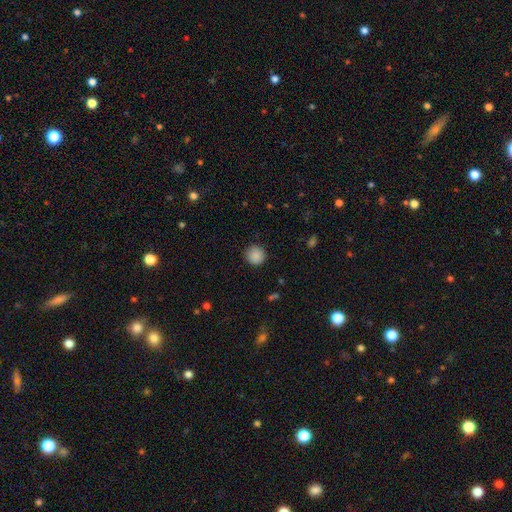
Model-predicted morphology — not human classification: A smooth galaxy with no disk features (88%) that is round (94%). Merging: none (90%).